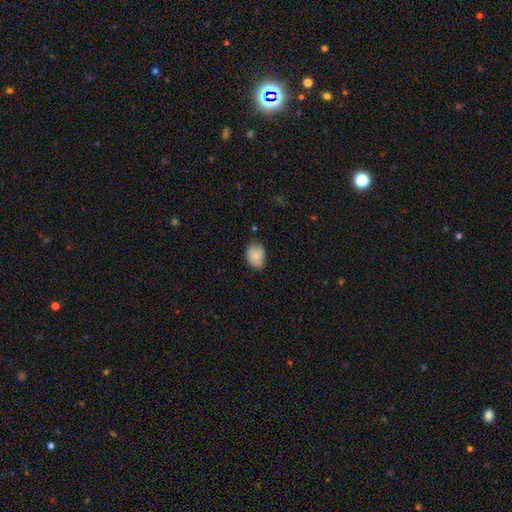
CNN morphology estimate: Smooth or featured? smooth (84%)
How rounded? in between (67%)
Merging? none (70%)